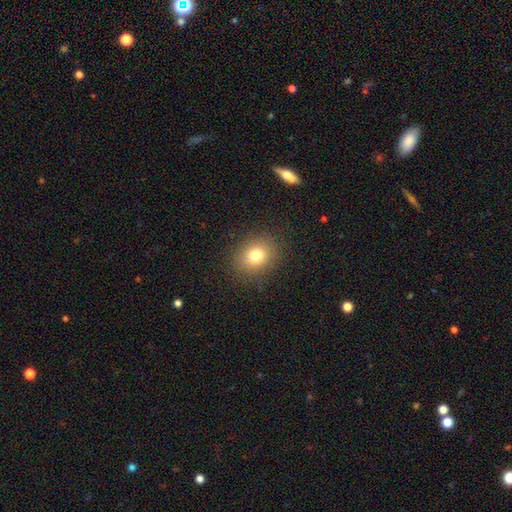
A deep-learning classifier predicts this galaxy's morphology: This is likely a smooth galaxy (78%). How rounded: possibly round (56%). Merging: clearly none (86%).